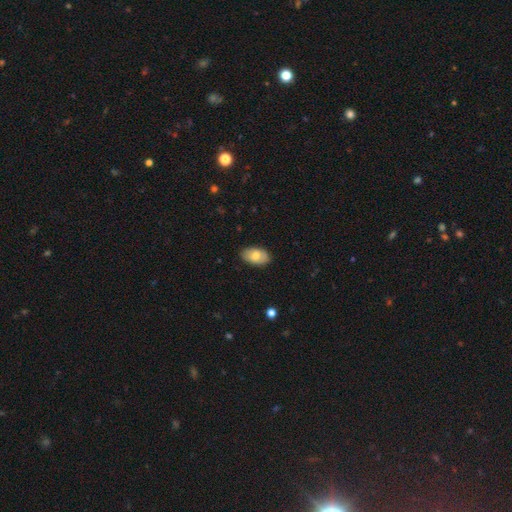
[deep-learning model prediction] Smooth or featured? smooth (72%)
How rounded? in between (93%)
Merging? none (85%)